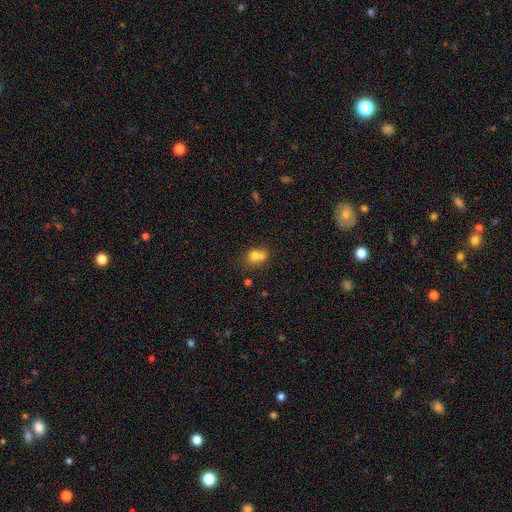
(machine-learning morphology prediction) Overall: smooth (72%). How rounded: round (56%; in between 43%). Merging: merger (53%; none 30%).